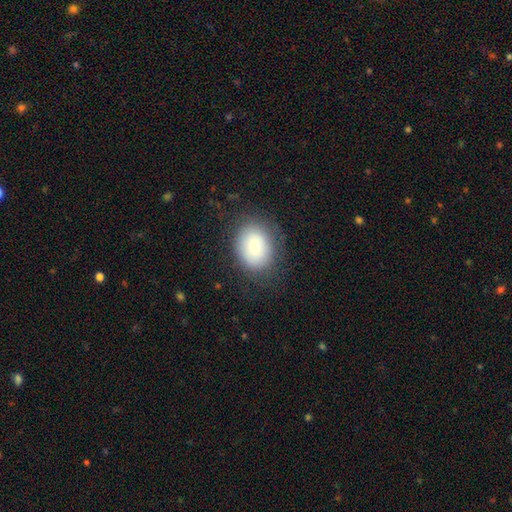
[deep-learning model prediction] This appears to be a smooth galaxy with no disk features (80%) that is in between round and cigar-shaped (55%). Merging: none (75%).